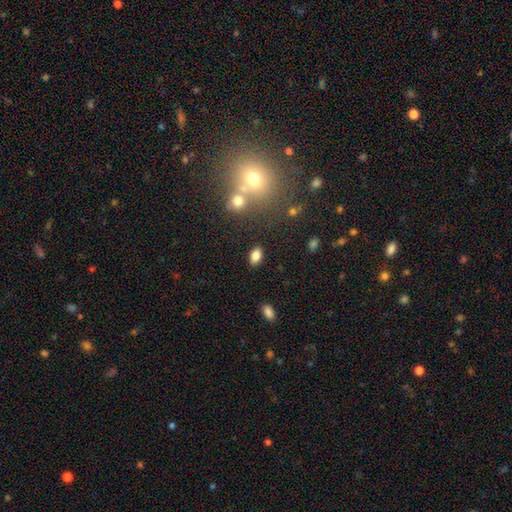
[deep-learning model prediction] Smooth or featured? smooth (83%)
How rounded? in between (89%)
Merging? none (84%)